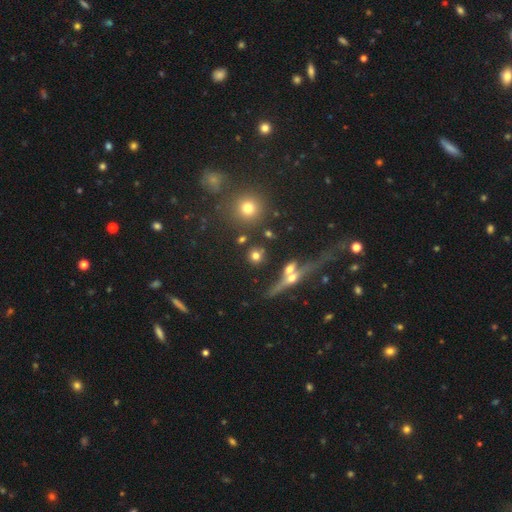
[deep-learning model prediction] Smooth or featured?
  - smooth: 69% *
  - star or artifact: 16%
  - featured or disk: 15%
How rounded?
  - round: 89% *
  - in between: 8%
  - cigar-shaped: 3%
Merging?
  - none: 77% *
  - merger: 11%
  - minor disturbance: 9%
  - major disturbance: 4%